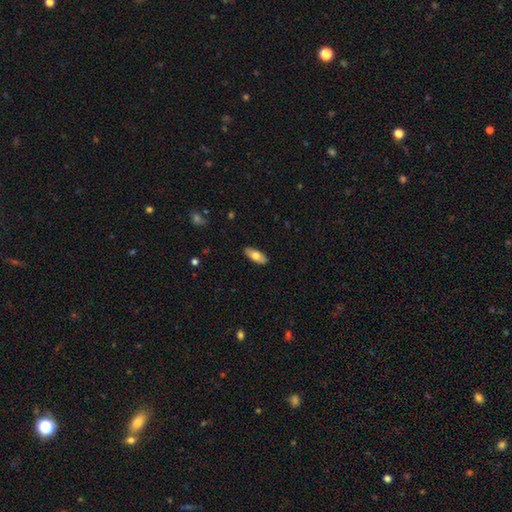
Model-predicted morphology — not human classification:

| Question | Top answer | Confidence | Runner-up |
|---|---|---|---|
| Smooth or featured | smooth | 74% | featured or disk (20%) |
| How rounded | in between | 79% | cigar-shaped (19%) |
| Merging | none | 87% | minor disturbance (10%) |